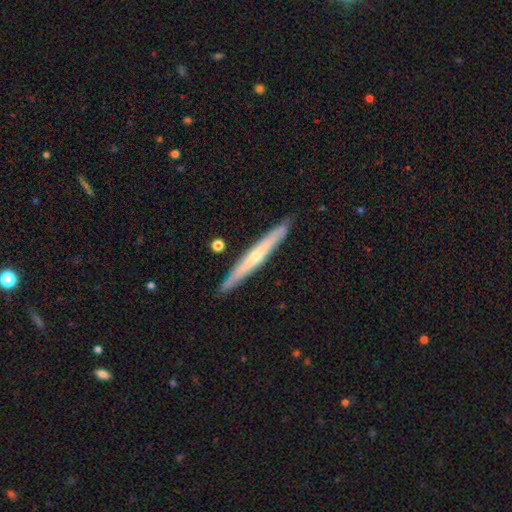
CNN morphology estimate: smooth-or-featured: featured or disk: 60% | smooth: 35% | star or artifact: 6%
  disk-edge-on: yes: 95% | no: 5%
    edge-on-bulge: rounded: 59% | none: 37% | boxy: 3%
  merging: none: 88% | minor disturbance: 9% | merger: 2% | major disturbance: 2%